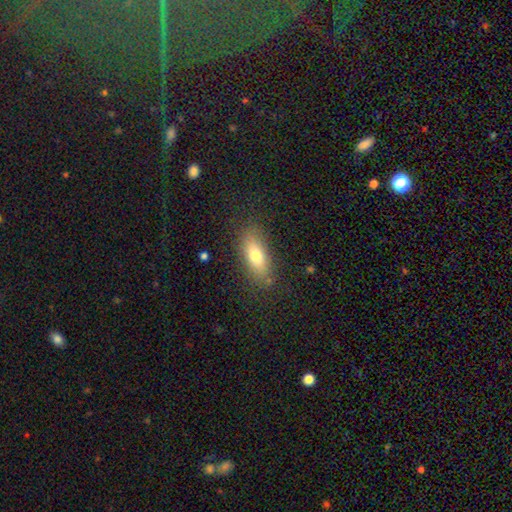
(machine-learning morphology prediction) smooth 75%, featured or disk 17%, star or artifact 8%. Down the decision tree: how rounded — in between (75%); merging — none (81%).